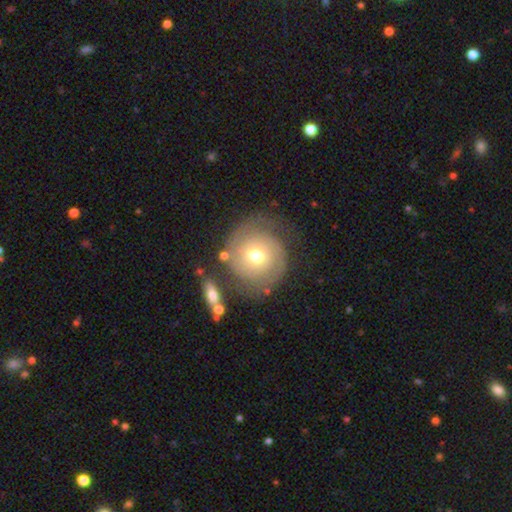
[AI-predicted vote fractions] This appears to be a featured or disk galaxy (60%) with no bar (70%), spiral arms (82%) and a moderate central bulge (66%). Merging: none (68%).